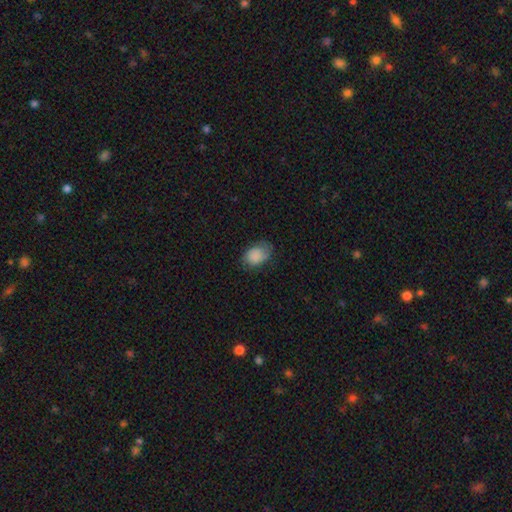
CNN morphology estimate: Smooth or featured? smooth (77%)
How rounded? in between (73%)
Merging? none (60%)